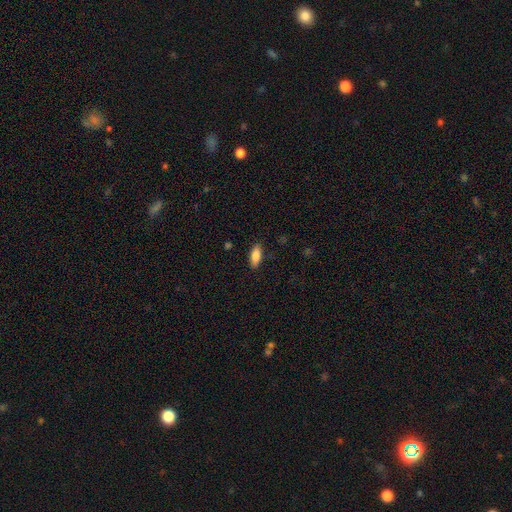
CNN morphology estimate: Overall: smooth (83%). How rounded: in between (76%). Merging: none (88%).